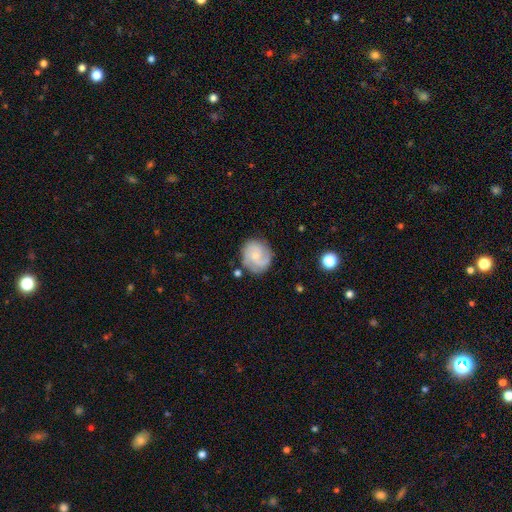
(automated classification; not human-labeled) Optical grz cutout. It shows a featured or disk galaxy (75%) with no bar (62%), 2 (60%) tight (44%, tied with medium) spiral arms (96%) and a small central bulge (66%). Merging: none (78%).